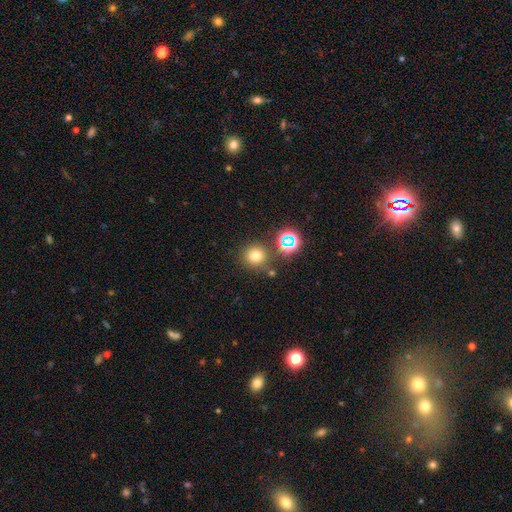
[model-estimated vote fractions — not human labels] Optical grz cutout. It shows a smooth galaxy with no disk features (71%) that is round (91%). Merging: none (78%).